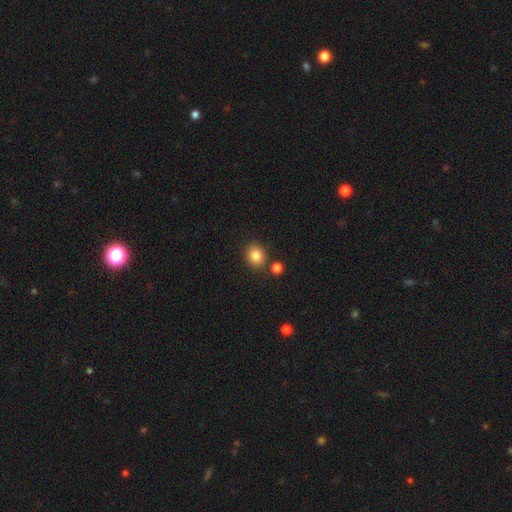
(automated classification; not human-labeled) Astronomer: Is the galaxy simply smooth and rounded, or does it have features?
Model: smooth — 84%.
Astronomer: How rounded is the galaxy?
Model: round — 69%.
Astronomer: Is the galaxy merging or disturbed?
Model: none — 80%.